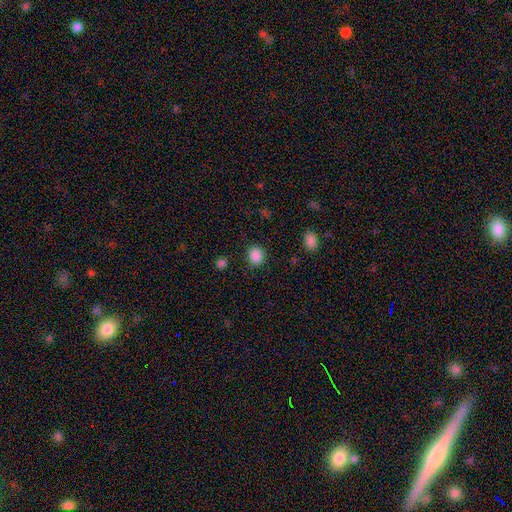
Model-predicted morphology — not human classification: A smooth galaxy with no disk features (87%) that is round (69%).

Vote fractions:
- Smooth or featured? smooth: 87% / star or artifact: 10% / featured or disk: 3%
- How rounded? round: 69% / in between: 30% / cigar-shaped: 1%
- Merging? none: 87% / minor disturbance: 8% / major disturbance: 3% / merger: 2%